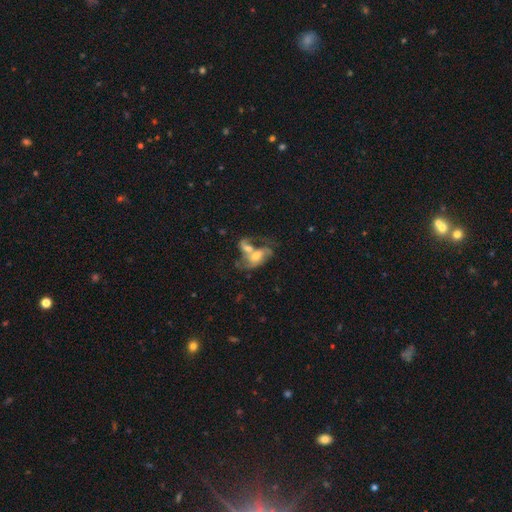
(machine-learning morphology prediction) Smooth or featured: featured or disk — 65% (smooth — 27%)
Edge-on disk: no — 95% (yes — 5%)
Bar: no — 58% (weak — 32%)
Spiral arms: yes — 76% (no — 24%)
Bulge size: moderate — 54% (small — 28%)
Merging: merger — 65% (none — 14%)